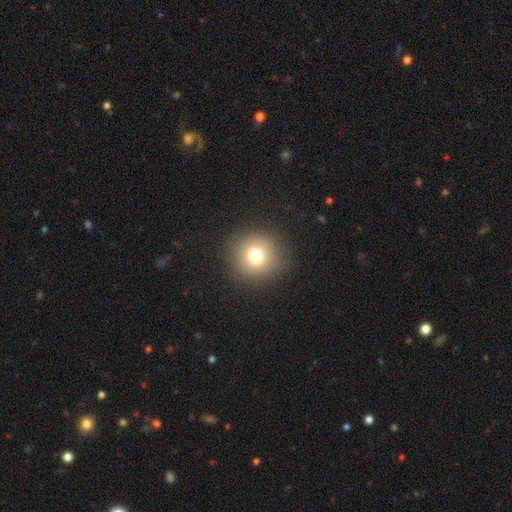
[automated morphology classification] The model was most divided on "smooth or featured": smooth: 76%, star or artifact: 14%, featured or disk: 11%. More confident: how rounded — round (93%); merging — none (90%).